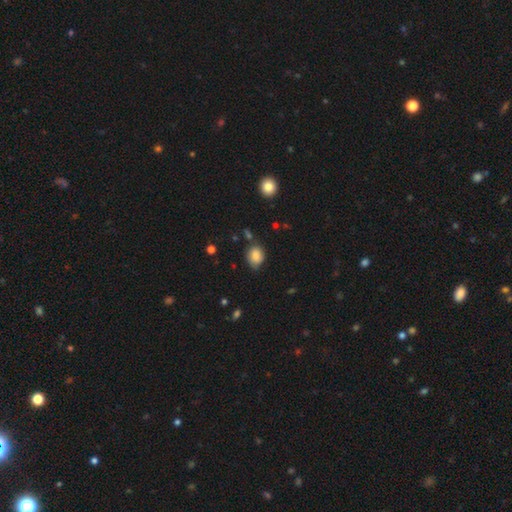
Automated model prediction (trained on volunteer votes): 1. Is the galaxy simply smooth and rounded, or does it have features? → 83% smooth, 10% star or artifact, 7% featured or disk.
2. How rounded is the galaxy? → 49% round (tied), 49% in between (tied), 1% cigar-shaped.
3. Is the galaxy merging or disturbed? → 67% none, 24% minor disturbance, 5% major disturbance, 4% merger.